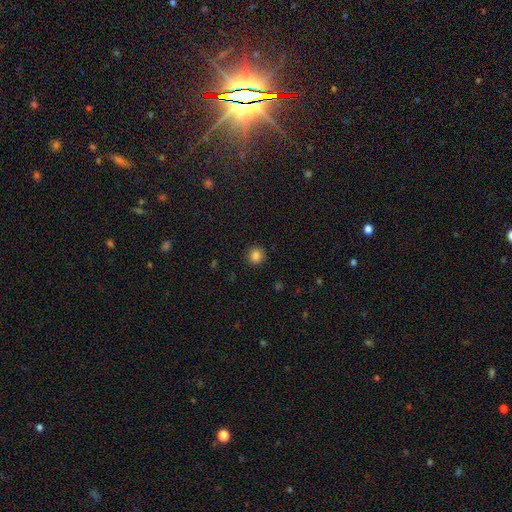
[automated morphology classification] smooth 85%, star or artifact 11%, featured or disk 4%. Down the decision tree: how rounded — round (94%); merging — none (91%).